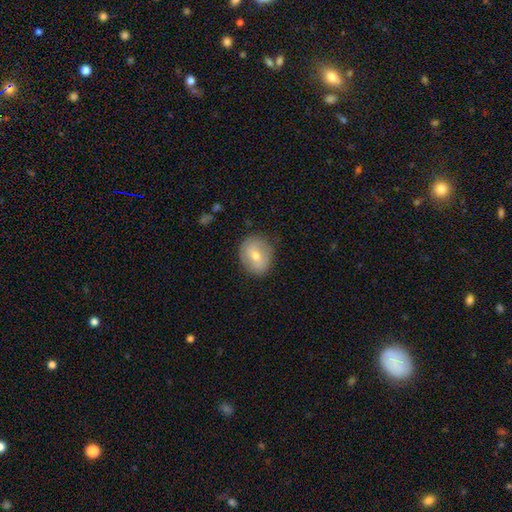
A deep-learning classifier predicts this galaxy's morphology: Overall: smooth (61%; featured or disk 31%). How rounded: round (62%; in between 37%). Merging: none (83%).